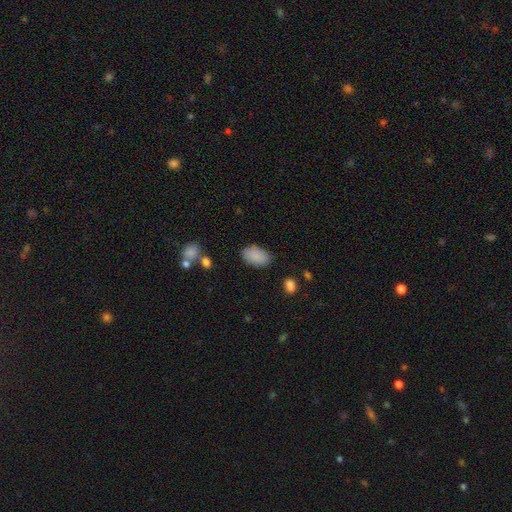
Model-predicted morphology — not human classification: Smooth or featured: smooth — 88% (star or artifact — 8%)
How rounded: in between — 91% (round — 7%)
Merging: none — 79% (minor disturbance — 15%)